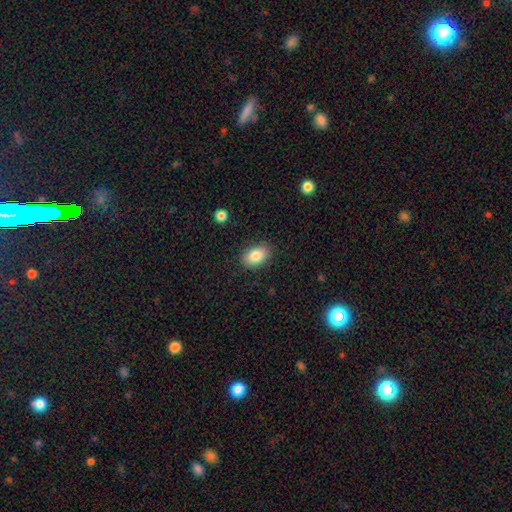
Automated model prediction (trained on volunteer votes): Q: Smooth or featured?
A: smooth (84%); runner-up: featured or disk (8%)
Q: How rounded?
A: in between (86%); runner-up: round (12%)
Q: Merging?
A: none (86%); runner-up: minor disturbance (10%)